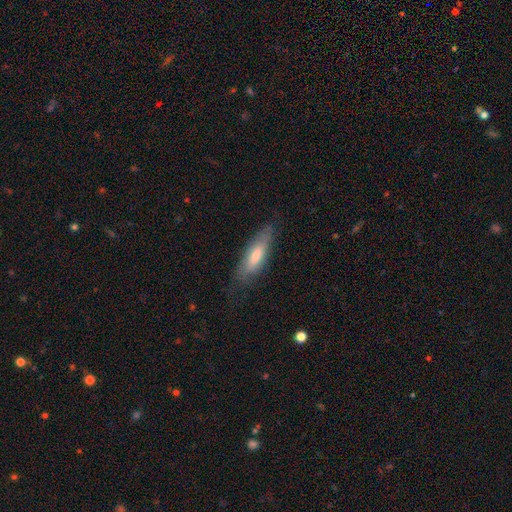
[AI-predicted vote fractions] Q: Smooth or featured?
A: smooth (64%); runner-up: featured or disk (30%)
Q: How rounded?
A: cigar-shaped (55%); runner-up: in between (44%)
Q: Merging?
A: none (74%); runner-up: minor disturbance (20%)